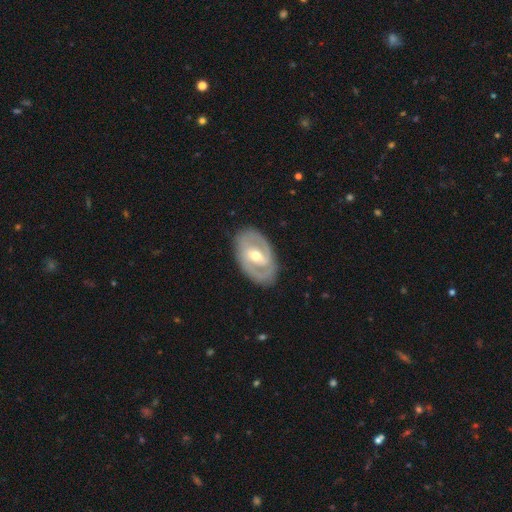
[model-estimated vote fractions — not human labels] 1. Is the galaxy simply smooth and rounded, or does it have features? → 79% featured or disk, 17% smooth, 5% star or artifact.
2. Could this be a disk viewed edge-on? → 94% no, 6% yes.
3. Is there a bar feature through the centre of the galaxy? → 42% weak, 31% strong, 26% no.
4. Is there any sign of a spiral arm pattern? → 72% yes, 28% no.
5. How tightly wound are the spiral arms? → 48% tight, 38% medium, 14% loose.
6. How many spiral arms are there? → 77% 2, 14% can't tell, 4% 1, 3% 3, 1% 4, 1% more than 4.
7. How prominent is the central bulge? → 65% moderate, 29% small, 4% large, 1% none, 1% dominant.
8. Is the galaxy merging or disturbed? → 83% none, 12% minor disturbance, 4% major disturbance, 1% merger.